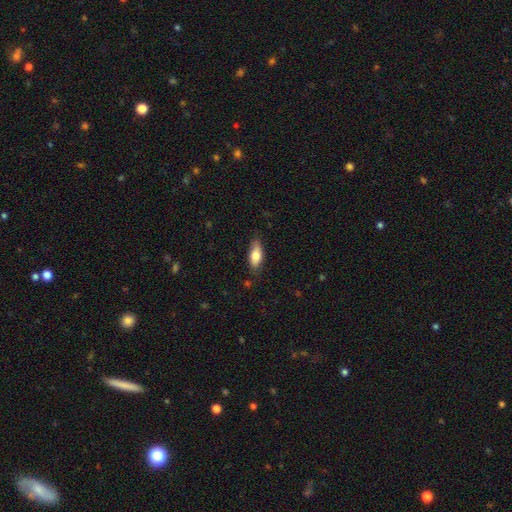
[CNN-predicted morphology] type=smooth (76%); roundness=in between (80%); merging=none (80%).